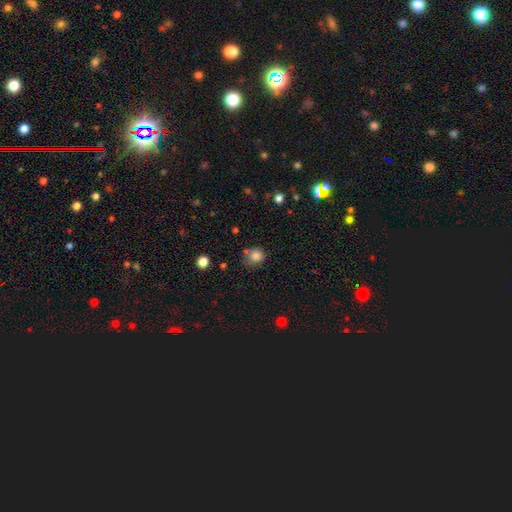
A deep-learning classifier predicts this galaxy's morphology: Q: Smooth or featured?
A: smooth (82%); runner-up: star or artifact (11%)
Q: How rounded?
A: round (80%); runner-up: in between (20%)
Q: Merging?
A: none (62%); runner-up: minor disturbance (22%)